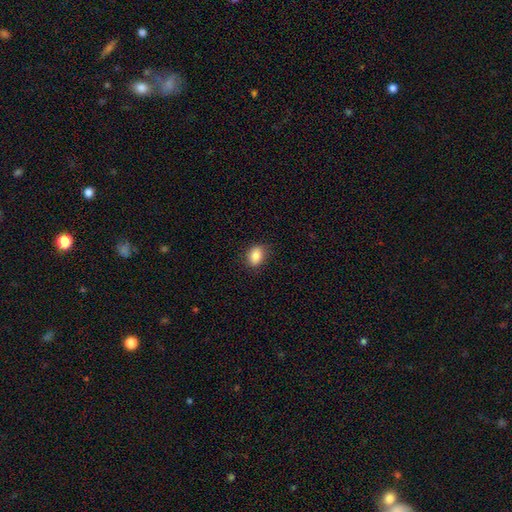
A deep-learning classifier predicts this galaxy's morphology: smooth 85%, star or artifact 9%, featured or disk 6%. Down the decision tree: how rounded — in between (67%); merging — none (80%).